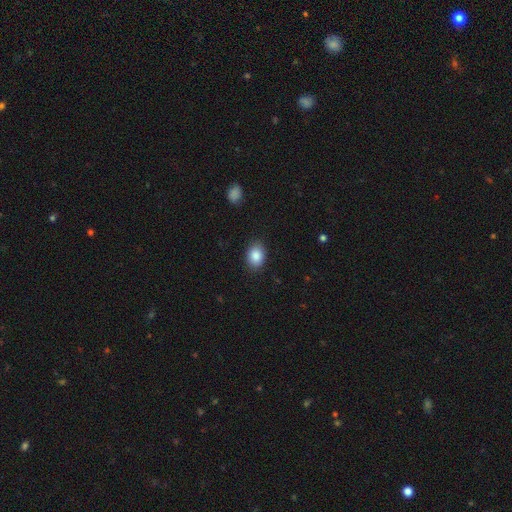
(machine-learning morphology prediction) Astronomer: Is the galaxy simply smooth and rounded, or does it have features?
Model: smooth — 87%.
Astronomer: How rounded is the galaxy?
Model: in between — 72%.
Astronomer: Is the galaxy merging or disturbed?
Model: none — 86%.